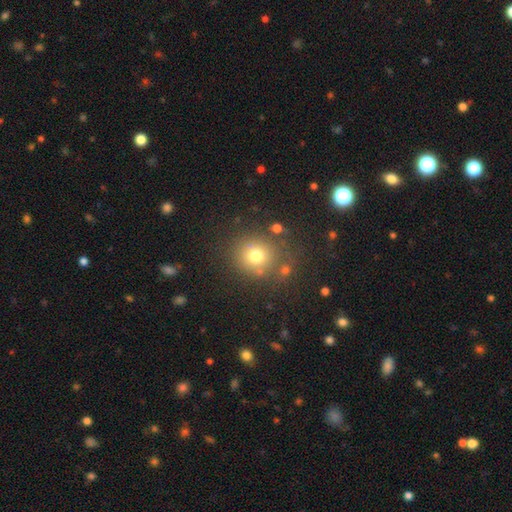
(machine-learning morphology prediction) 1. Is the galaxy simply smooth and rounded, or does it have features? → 74% smooth, 16% star or artifact, 10% featured or disk.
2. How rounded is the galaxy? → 88% round, 12% in between, 1% cigar-shaped.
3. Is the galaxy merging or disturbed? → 77% none, 11% minor disturbance, 7% merger, 5% major disturbance.